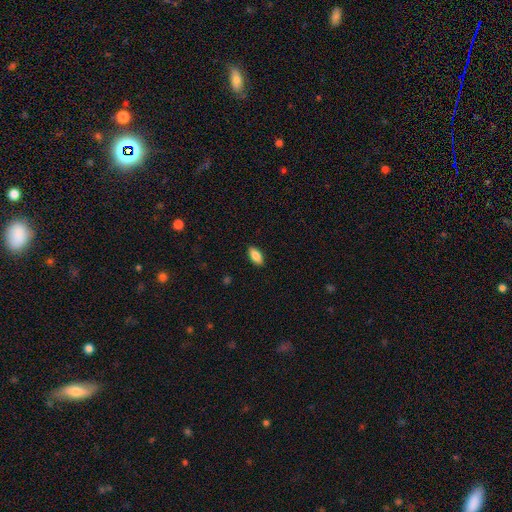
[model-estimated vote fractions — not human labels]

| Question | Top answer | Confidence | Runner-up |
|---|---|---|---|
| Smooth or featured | smooth | 86% | featured or disk (7%) |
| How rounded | in between | 91% | cigar-shaped (7%) |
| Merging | none | 89% | minor disturbance (8%) |